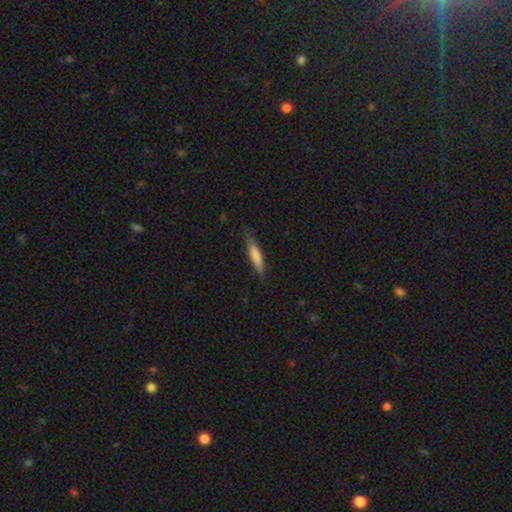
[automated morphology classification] Smooth or featured?
  - smooth: 73% *
  - featured or disk: 21%
  - star or artifact: 6%
How rounded?
  - cigar-shaped: 82% *
  - in between: 17%
  - round: 2%
Merging?
  - none: 77% *
  - minor disturbance: 19%
  - major disturbance: 3%
  - merger: 1%